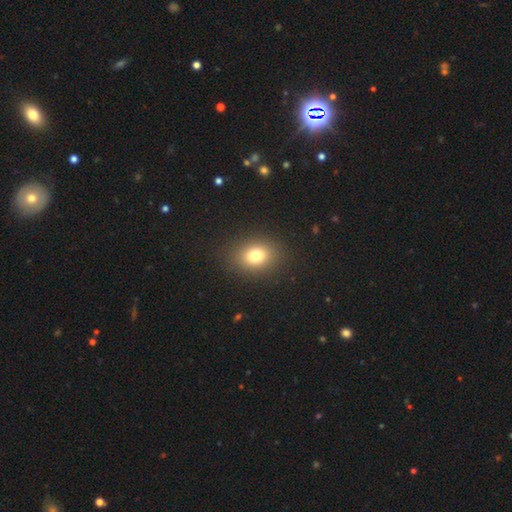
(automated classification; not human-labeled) Smooth or featured? Predicted: smooth (p=0.78). How rounded? Predicted: in between (p=0.54). Merging? Predicted: none (p=0.89).